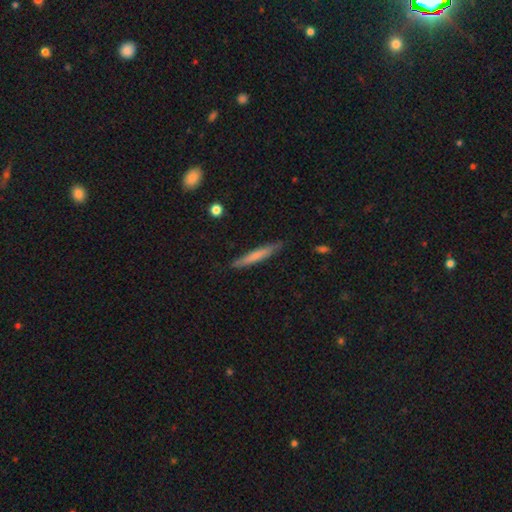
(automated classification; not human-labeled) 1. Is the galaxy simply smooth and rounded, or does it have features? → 66% smooth, 28% featured or disk, 6% star or artifact.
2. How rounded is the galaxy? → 95% cigar-shaped, 4% in between, 1% round.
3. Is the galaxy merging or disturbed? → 87% none, 10% minor disturbance, 2% major disturbance, 1% merger.